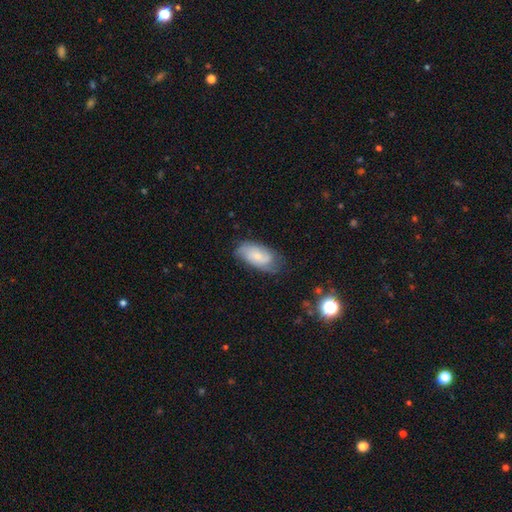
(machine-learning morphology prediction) Smooth or featured: featured or disk — 47% (smooth — 46%)
Merging: none — 66% (minor disturbance — 25%)